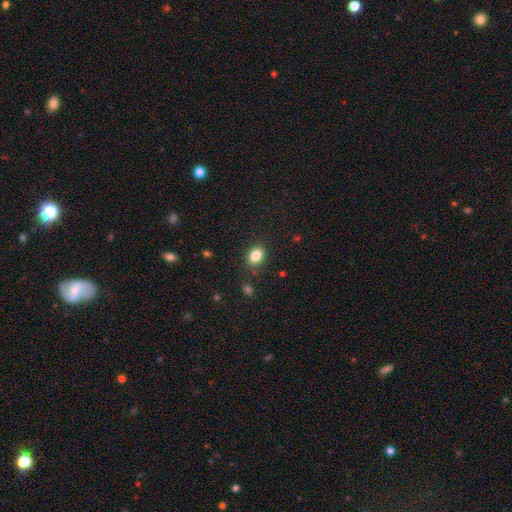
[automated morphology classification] Smooth or featured: smooth — 83% (star or artifact — 10%)
How rounded: in between — 74% (round — 25%)
Merging: none — 86% (minor disturbance — 10%)